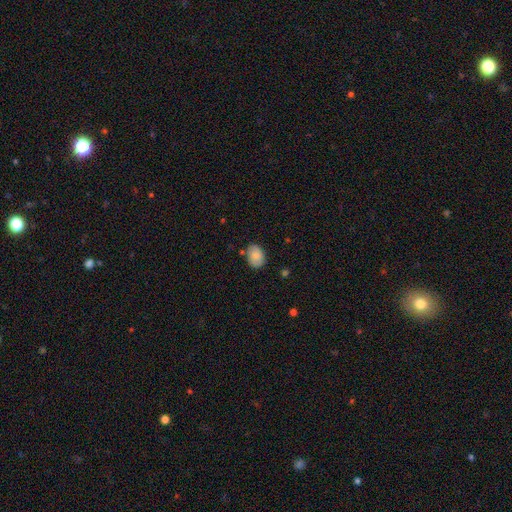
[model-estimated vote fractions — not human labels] A smooth galaxy with no disk features (79%) that is in between round and cigar-shaped (75%). Merging: none (74%).